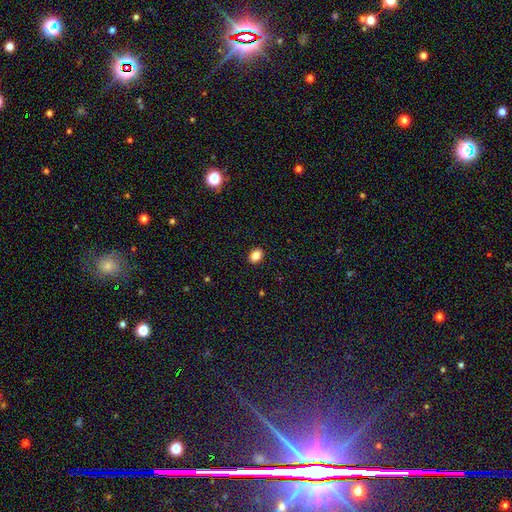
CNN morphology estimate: A smooth galaxy with no disk features (86%) that is in between round and cigar-shaped (71%).

Vote fractions:
- Smooth or featured? smooth: 86% / star or artifact: 10% / featured or disk: 5%
- How rounded? in between: 71% / round: 28% / cigar-shaped: 1%
- Merging? none: 91% / minor disturbance: 6% / major disturbance: 2% / merger: 1%